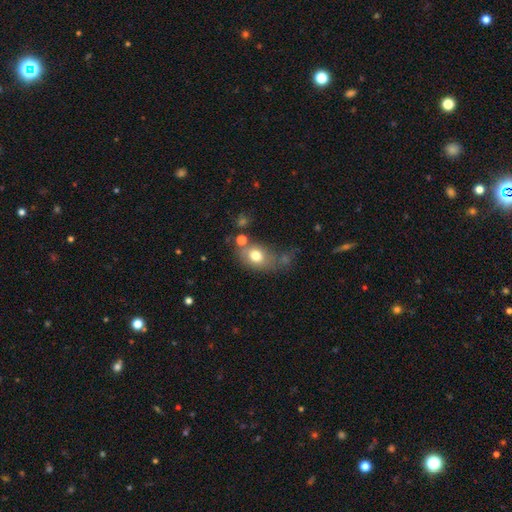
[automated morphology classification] smooth 74%, featured or disk 16%, star or artifact 10%. Down the decision tree: how rounded — in between (66%); merging — none (45%).